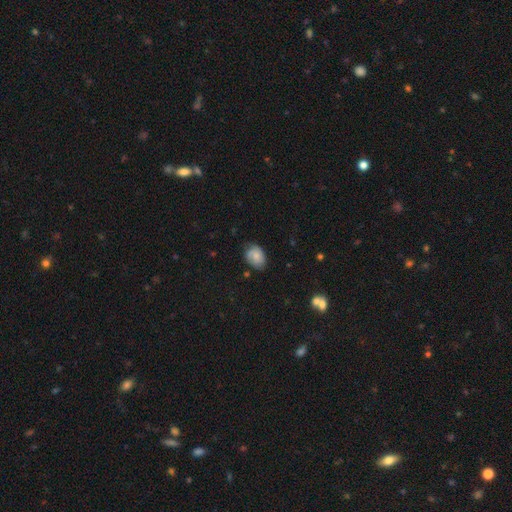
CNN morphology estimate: A smooth galaxy with no disk features (60%) that is in between round and cigar-shaped (72%). Merging: none (65%).